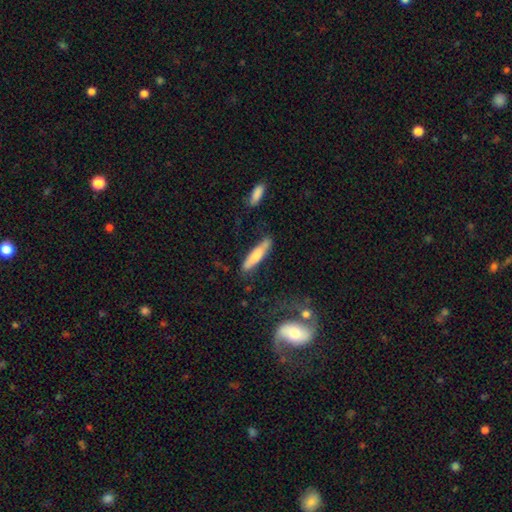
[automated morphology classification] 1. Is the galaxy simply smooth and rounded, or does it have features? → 71% smooth, 23% featured or disk, 5% star or artifact.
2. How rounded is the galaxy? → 85% cigar-shaped, 14% in between, 1% round.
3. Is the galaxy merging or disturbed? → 75% none, 17% minor disturbance, 4% major disturbance, 3% merger.